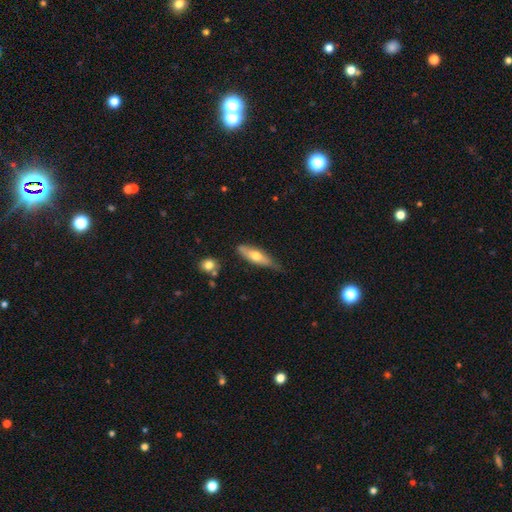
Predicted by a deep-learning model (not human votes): The model was most divided on "smooth or featured": smooth: 57%, featured or disk: 38%, star or artifact: 6%. More confident: merging — none (65%); how rounded — cigar-shaped (60%).